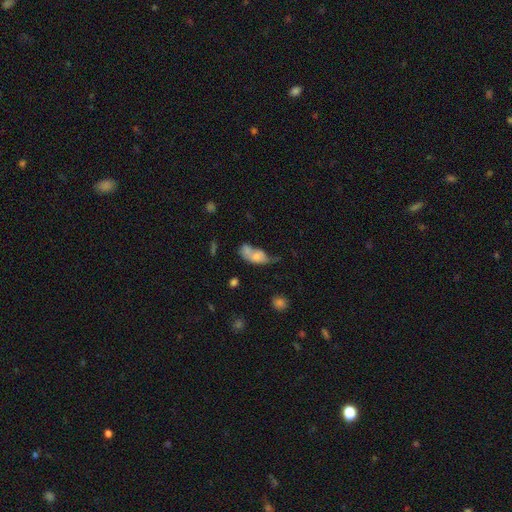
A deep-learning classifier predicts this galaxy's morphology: The model was most divided on "merging": merger: 39%, none: 22%, minor disturbance: 21%, major disturbance: 18%. More confident: how rounded — in between (83%); smooth or featured — smooth (63%).